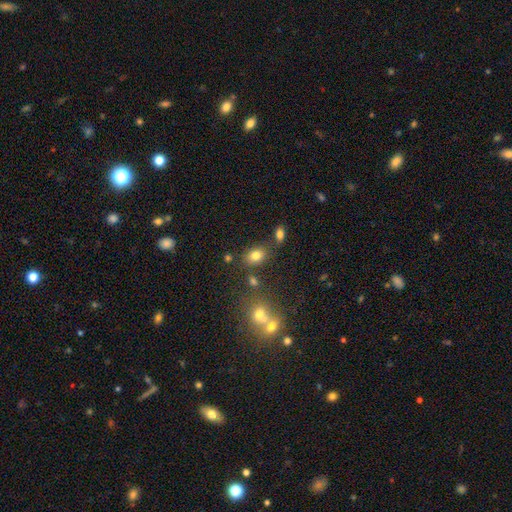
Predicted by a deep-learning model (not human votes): A smooth galaxy with no disk features (80%) that is in between round and cigar-shaped (75%). Merging: none (73%).